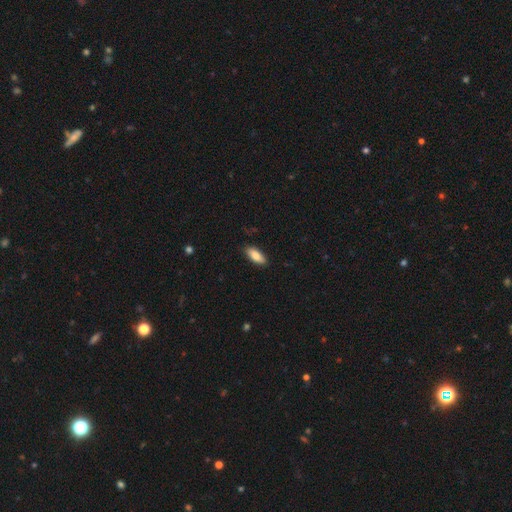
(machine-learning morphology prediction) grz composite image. It shows a smooth galaxy with no disk features (84%) that is in between round and cigar-shaped (81%). Merging: none (87%).